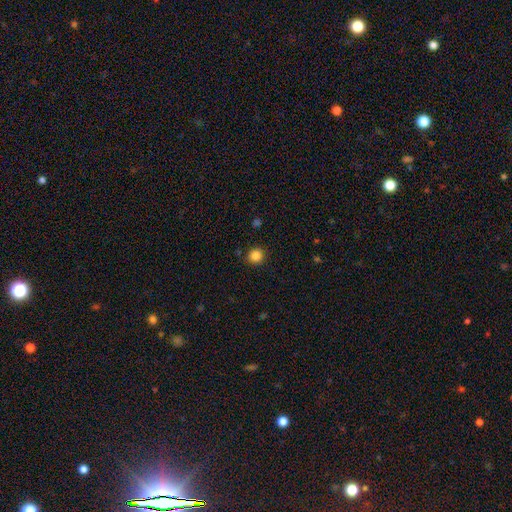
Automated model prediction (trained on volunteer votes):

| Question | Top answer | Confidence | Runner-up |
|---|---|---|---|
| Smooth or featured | smooth | 84% | star or artifact (12%) |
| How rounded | round | 91% | in between (8%) |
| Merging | none | 90% | minor disturbance (6%) |